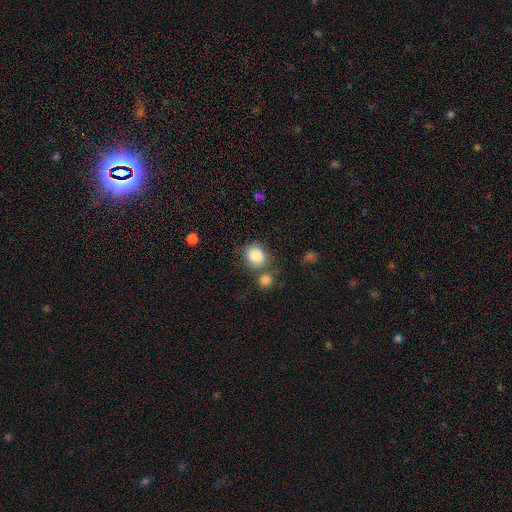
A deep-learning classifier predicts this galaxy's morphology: type=smooth (87%); roundness=round (74%); merging=none (65%).